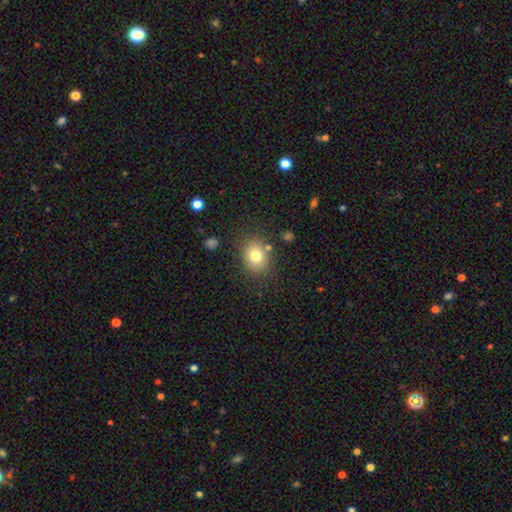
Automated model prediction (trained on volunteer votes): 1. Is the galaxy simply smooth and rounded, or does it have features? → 79% smooth, 11% star or artifact, 11% featured or disk.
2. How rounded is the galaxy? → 52% in between, 47% round, 1% cigar-shaped.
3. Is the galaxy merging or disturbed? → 81% none, 11% minor disturbance, 4% merger, 4% major disturbance.